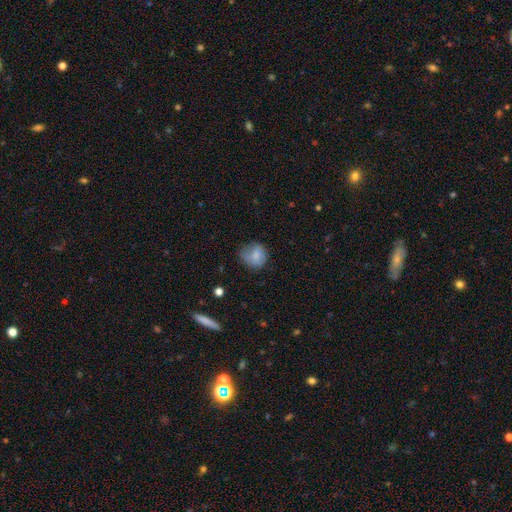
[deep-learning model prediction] The model was most divided on "merging": none: 56%, minor disturbance: 31%, major disturbance: 11%, merger: 2%. More confident: smooth or featured — smooth (79%); how rounded — round (75%).